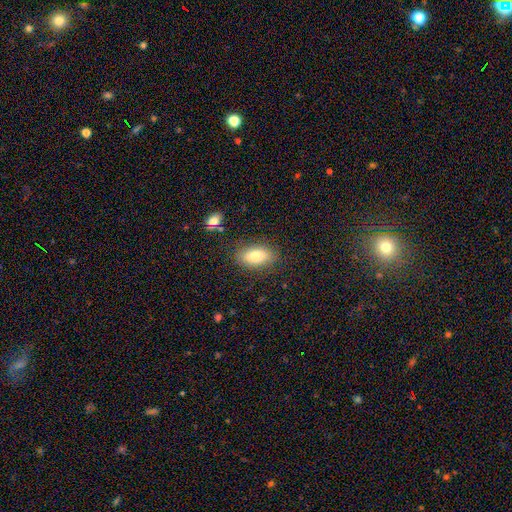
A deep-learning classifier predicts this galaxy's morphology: type=smooth (79%); roundness=in between (89%); merging=none (82%).